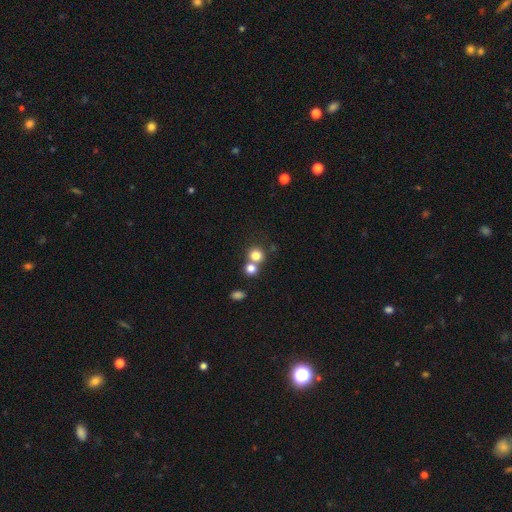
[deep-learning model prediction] Smooth or featured?
  - smooth: 79% *
  - star or artifact: 12%
  - featured or disk: 9%
How rounded?
  - round: 87% *
  - in between: 12%
  - cigar-shaped: 1%
Merging?
  - none: 52% *
  - merger: 39%
  - minor disturbance: 6%
  - major disturbance: 3%